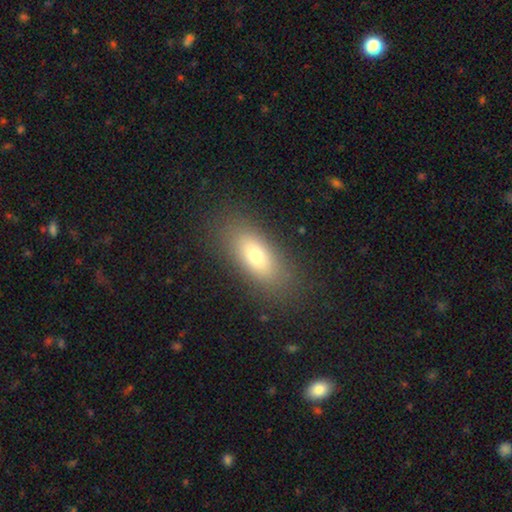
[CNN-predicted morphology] A smooth galaxy with no disk features (72%) that is in between round and cigar-shaped (78%).

Vote fractions:
- Smooth or featured? smooth: 72% / featured or disk: 18% / star or artifact: 10%
- How rounded? in between: 78% / cigar-shaped: 18% / round: 5%
- Merging? none: 85% / minor disturbance: 10% / major disturbance: 4% / merger: 1%